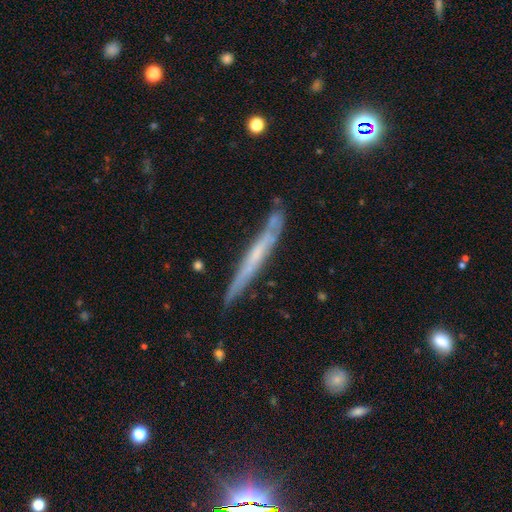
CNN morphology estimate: This is possibly a featured or disk galaxy (59%). It is clearly viewed edge-on (92%). Edge-on bulge: likely none (74%). Merging: likely none (75%).